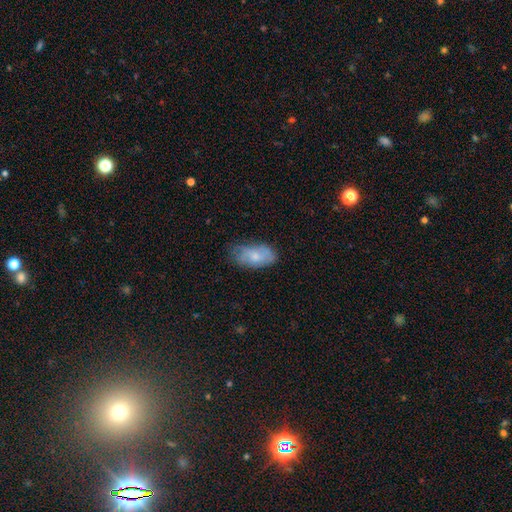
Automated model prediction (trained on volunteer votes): smooth 63%, featured or disk 30%, star or artifact 7%. Down the decision tree: how rounded — in between (92%); merging — none (61%).